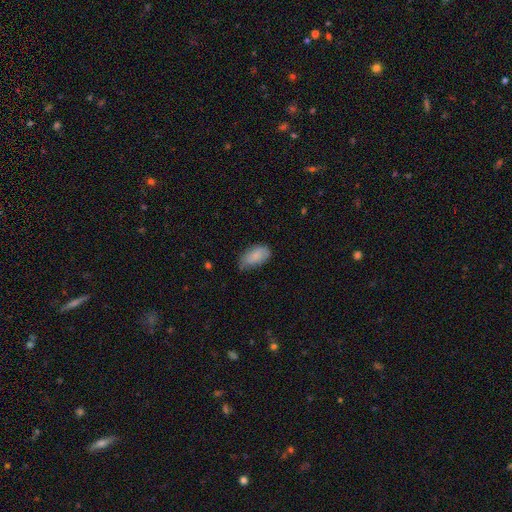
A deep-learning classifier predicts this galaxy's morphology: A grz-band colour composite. It shows a smooth galaxy with no disk features (84%) that is in between round and cigar-shaped (93%). Merging: none (54%).